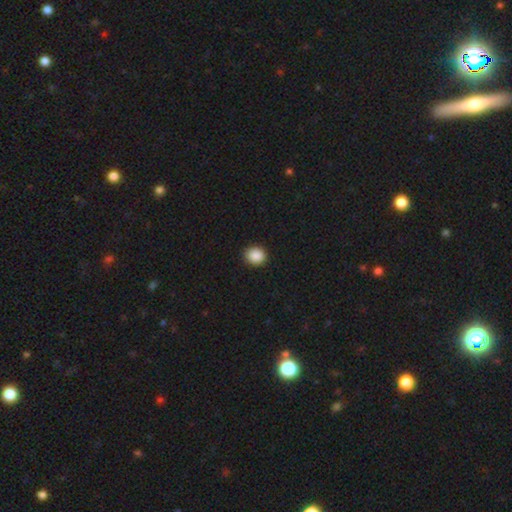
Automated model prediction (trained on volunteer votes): The model was most divided on "how rounded": round: 76%, in between: 23%, cigar-shaped: 1%. More confident: merging — none (91%); smooth or featured — smooth (89%).